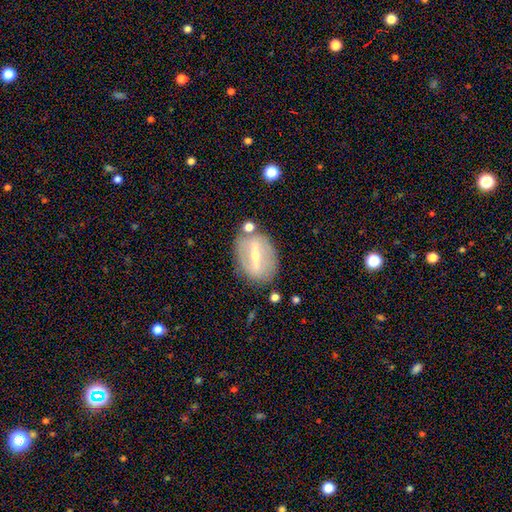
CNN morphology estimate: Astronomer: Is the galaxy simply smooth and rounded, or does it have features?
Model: featured or disk — 71%.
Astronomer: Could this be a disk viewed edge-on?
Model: no — 84%.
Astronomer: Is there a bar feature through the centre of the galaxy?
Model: strong — 73%.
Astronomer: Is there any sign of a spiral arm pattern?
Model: no — 62% (runner-up: yes, 38%).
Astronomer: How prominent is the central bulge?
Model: small — 62%.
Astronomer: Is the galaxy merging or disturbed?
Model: none — 77%.